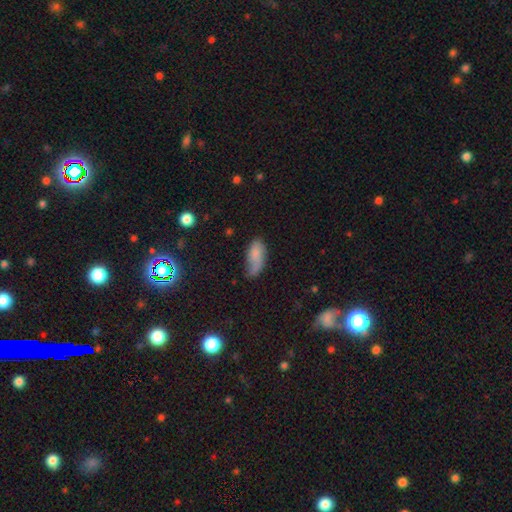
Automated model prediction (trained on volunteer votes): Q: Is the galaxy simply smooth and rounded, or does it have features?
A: smooth — 74%.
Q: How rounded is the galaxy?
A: in between — 88%.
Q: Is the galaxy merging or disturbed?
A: none — 42%.